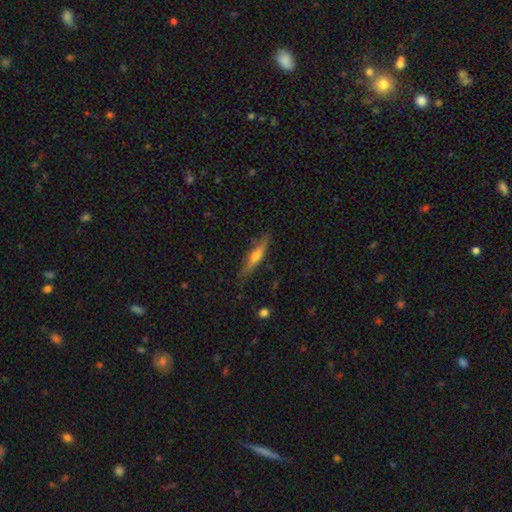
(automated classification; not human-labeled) smooth-or-featured: featured or disk: 55% | smooth: 38% | star or artifact: 7%
  disk-edge-on: yes: 94% | no: 6%
    edge-on-bulge: rounded: 80% | none: 12% | boxy: 8%
  merging: none: 83% | minor disturbance: 13% | major disturbance: 3% | merger: 2%